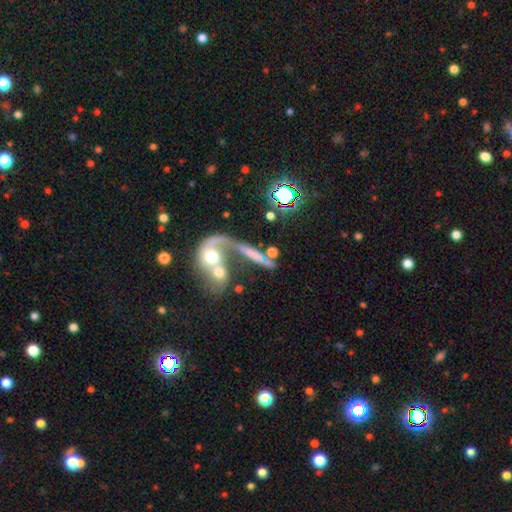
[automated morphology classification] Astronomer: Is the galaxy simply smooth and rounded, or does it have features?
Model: featured or disk — 48% (runner-up: smooth, 38%).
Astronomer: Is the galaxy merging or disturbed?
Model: merger — 61%.